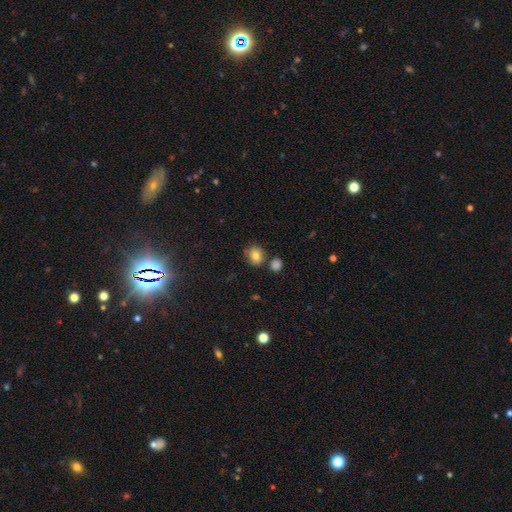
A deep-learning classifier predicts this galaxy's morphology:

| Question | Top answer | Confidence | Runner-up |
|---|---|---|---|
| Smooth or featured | smooth | 80% | star or artifact (11%) |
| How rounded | round | 74% | in between (25%) |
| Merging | none | 73% | minor disturbance (13%) |